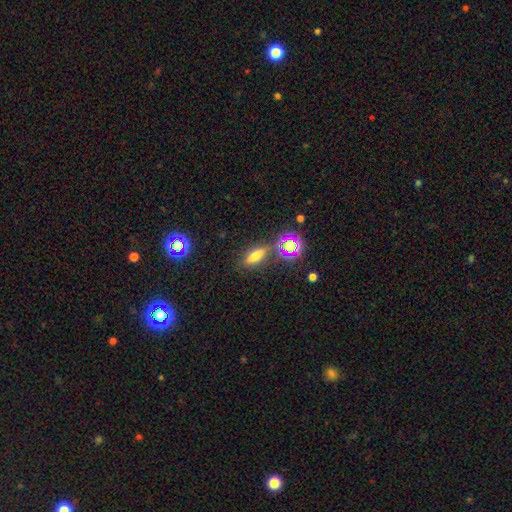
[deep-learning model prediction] A smooth galaxy with no disk features (55%) that is cigar-shaped (45%). Merging: none (78%).